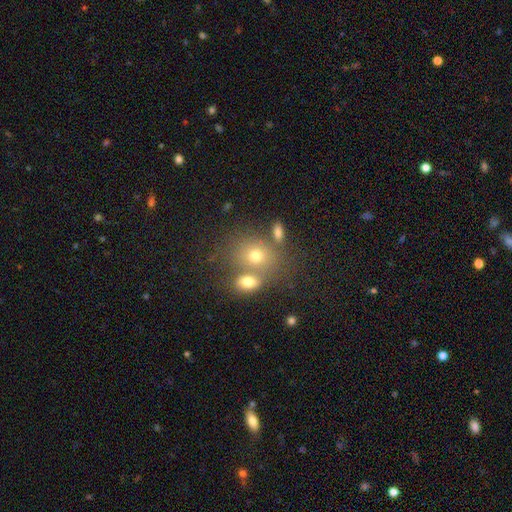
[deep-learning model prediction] smooth-or-featured: smooth: 68% | featured or disk: 16% | star or artifact: 16%
  how-rounded: round: 59% | in between: 40% | cigar-shaped: 1%
  merging: none: 44% | merger: 42% | minor disturbance: 10% | major disturbance: 5%